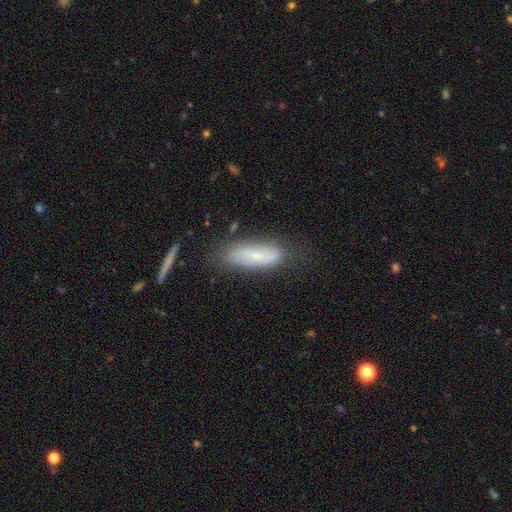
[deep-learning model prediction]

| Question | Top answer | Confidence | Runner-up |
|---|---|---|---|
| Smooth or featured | smooth | 58% | featured or disk (34%) |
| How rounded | in between | 55% | cigar-shaped (42%) |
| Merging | none | 62% | minor disturbance (24%) |